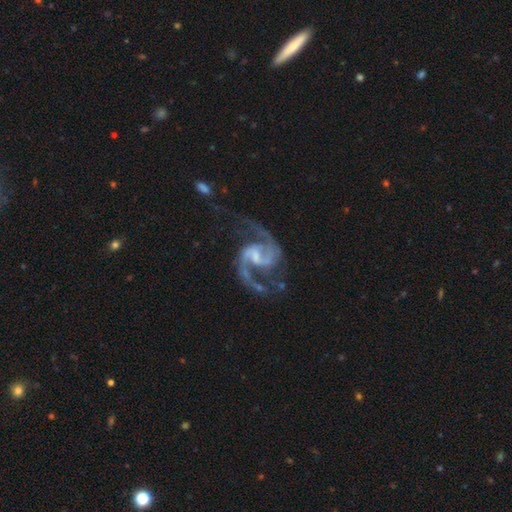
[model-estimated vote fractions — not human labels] A featured or disk galaxy (94%) with a weak bar (54%), 2 (94%) medium (59%) spiral arms (98%) and a small central bulge (42%). Merging: none (66%).